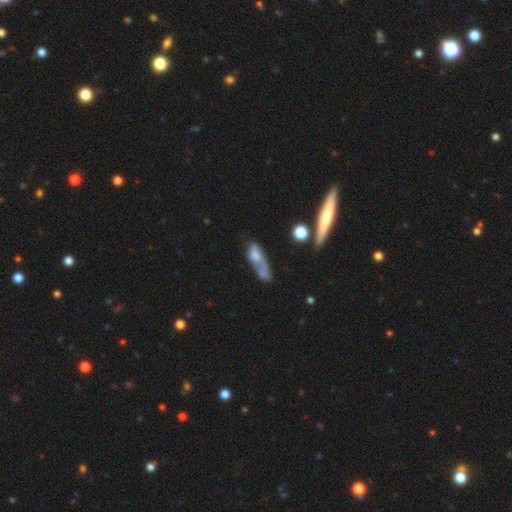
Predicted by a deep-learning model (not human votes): Smooth or featured? smooth (47%)
Merging? none (32%)